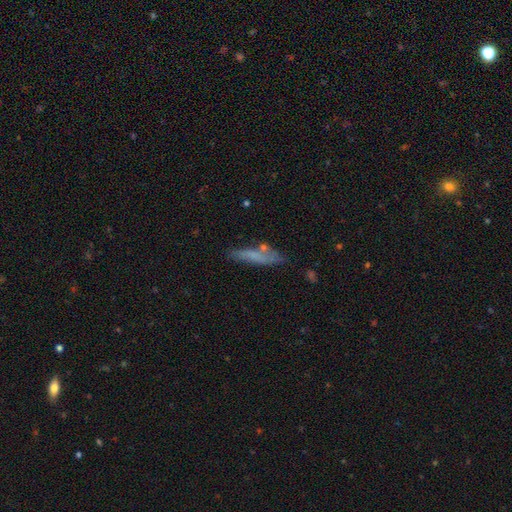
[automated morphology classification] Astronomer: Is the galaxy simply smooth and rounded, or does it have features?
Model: smooth — 63%.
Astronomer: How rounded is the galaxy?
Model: cigar-shaped — 79%.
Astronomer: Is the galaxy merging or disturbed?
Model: none — 67%.